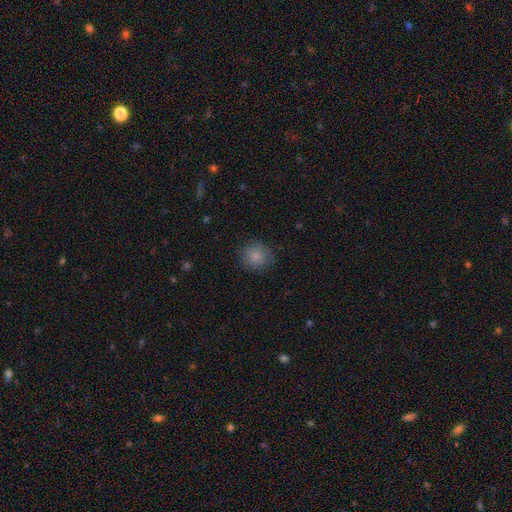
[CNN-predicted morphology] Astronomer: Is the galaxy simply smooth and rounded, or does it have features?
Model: smooth — 84%.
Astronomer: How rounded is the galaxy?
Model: round — 88%.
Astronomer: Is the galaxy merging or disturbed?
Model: none — 81%.